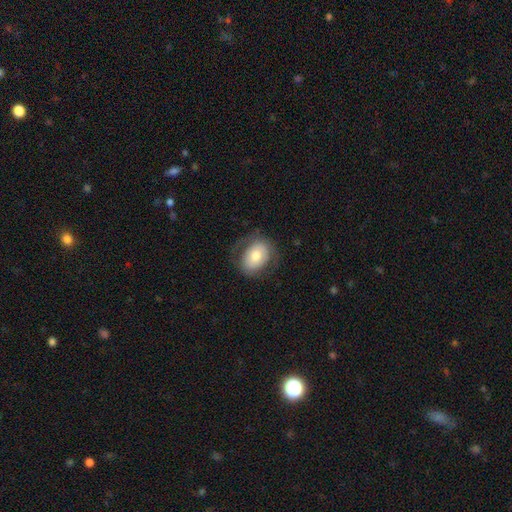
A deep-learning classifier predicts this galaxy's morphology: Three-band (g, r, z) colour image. It shows a smooth galaxy with no disk features (63%) that is in between round and cigar-shaped (70%). Merging: none (68%).